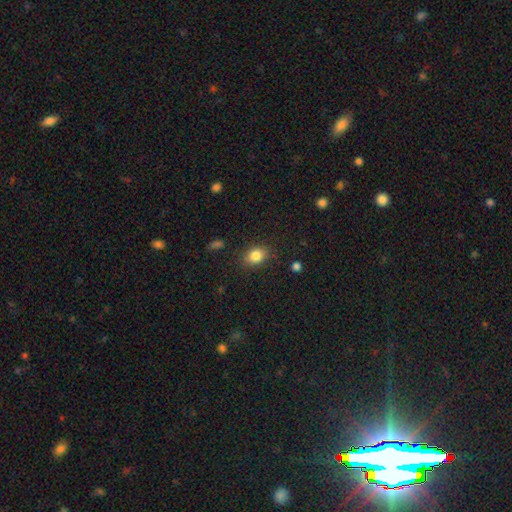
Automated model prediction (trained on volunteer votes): Smooth or featured? smooth (84%)
How rounded? in between (65%)
Merging? none (84%)